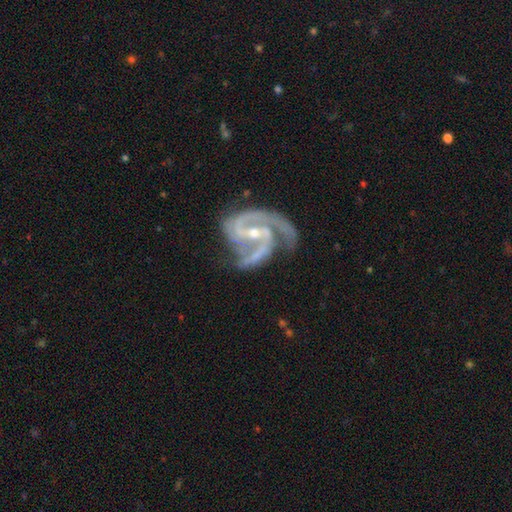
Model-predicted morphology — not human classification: Smooth or featured? featured or disk (93%)
Edge-on disk? no (98%)
Bar? weak (43%)
Spiral arms? yes (98%)
Spiral winding? medium (55%)
Spiral arm count? 2 (58%)
Bulge size? small (56%)
Merging? none (51%)